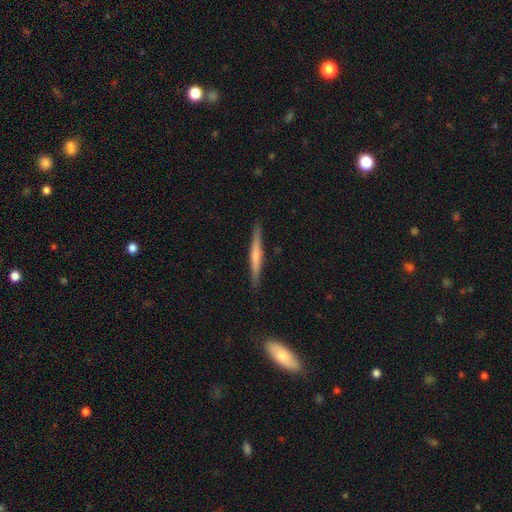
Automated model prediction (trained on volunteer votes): Smooth or featured?
  - smooth: 50% *
  - featured or disk: 44%
  - star or artifact: 6%
How rounded?
  - cigar-shaped: 96% *
  - in between: 3%
  - round: 1%
Merging?
  - none: 90% *
  - minor disturbance: 7%
  - major disturbance: 1%
  - merger: 1%